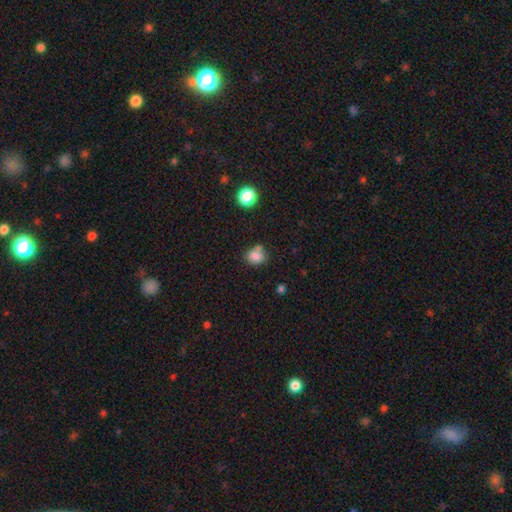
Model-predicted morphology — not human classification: Smooth or featured?
  - smooth: 81% *
  - star or artifact: 12%
  - featured or disk: 7%
How rounded?
  - round: 65% *
  - in between: 34%
  - cigar-shaped: 1%
Merging?
  - none: 57% *
  - merger: 22%
  - minor disturbance: 17%
  - major disturbance: 5%